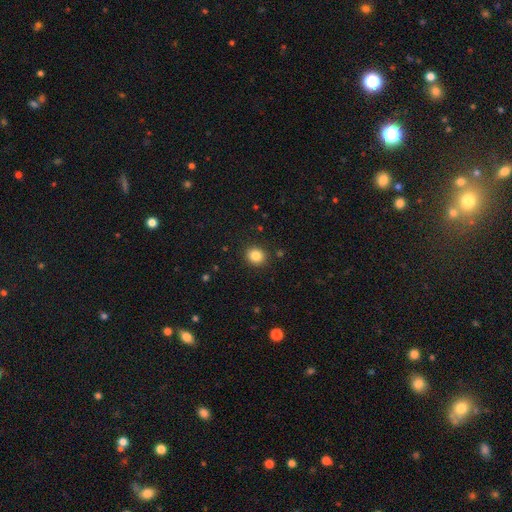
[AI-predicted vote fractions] smooth_or_featured: smooth (p=0.85) [alt: star or artifact p=0.11]
how_rounded: round (p=0.79) [alt: in between p=0.20]
merging: none (p=0.90) [alt: minor disturbance p=0.06]